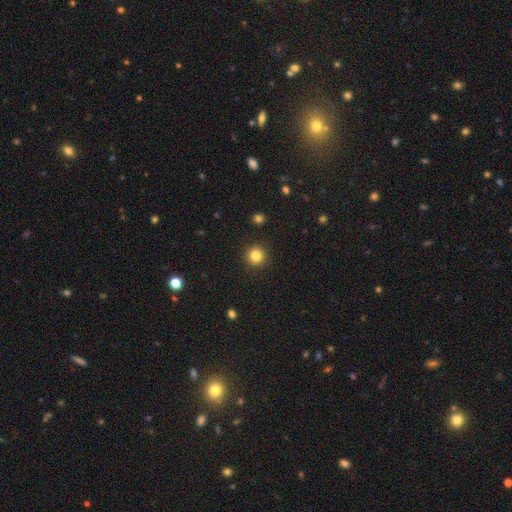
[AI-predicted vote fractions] Smooth or featured: smooth — 83% (star or artifact — 12%)
How rounded: round — 94% (in between — 5%)
Merging: none — 91% (minor disturbance — 6%)